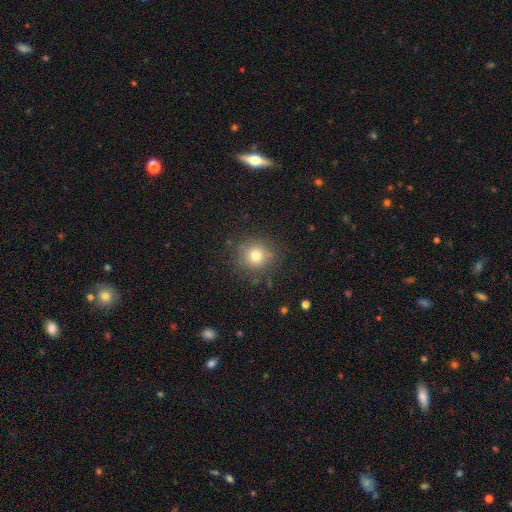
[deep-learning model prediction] smooth_or_featured: smooth (p=0.76) [alt: star or artifact p=0.14]
how_rounded: round (p=0.91) [alt: in between p=0.08]
merging: none (p=0.84) [alt: minor disturbance p=0.11]